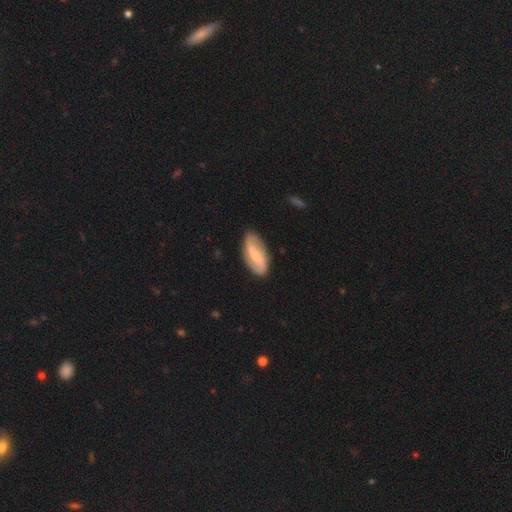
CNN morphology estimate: Smooth or featured? Predicted: featured or disk (p=0.67). Edge-on disk? Predicted: no (p=0.94). Bar? Predicted: weak (p=0.43). Spiral arms? Predicted: yes (p=0.87). Spiral winding? Predicted: loose (p=0.49). Spiral arm count? Predicted: 2 (p=0.86). Bulge size? Predicted: small (p=0.59). Merging? Predicted: none (p=0.82).